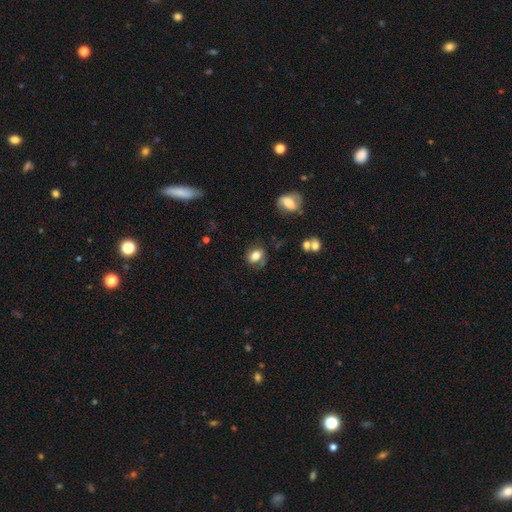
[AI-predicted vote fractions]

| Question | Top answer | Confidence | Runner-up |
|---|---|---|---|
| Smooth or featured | smooth | 77% | featured or disk (14%) |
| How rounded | in between | 60% | round (38%) |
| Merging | none | 66% | minor disturbance (22%) |